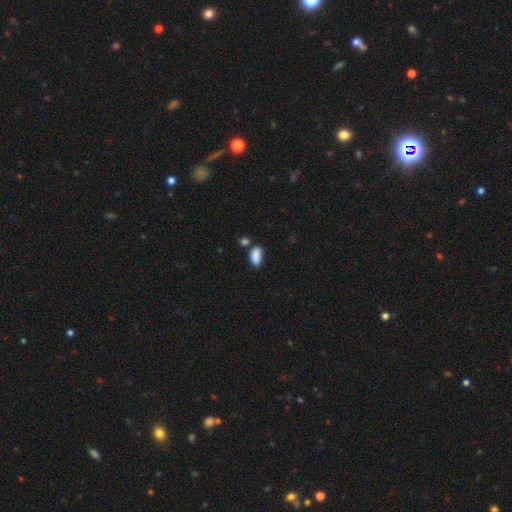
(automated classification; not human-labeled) Smooth or featured?
  - smooth: 87% *
  - star or artifact: 8%
  - featured or disk: 4%
How rounded?
  - in between: 92% *
  - round: 4%
  - cigar-shaped: 4%
Merging?
  - none: 64% *
  - minor disturbance: 18%
  - merger: 14%
  - major disturbance: 4%